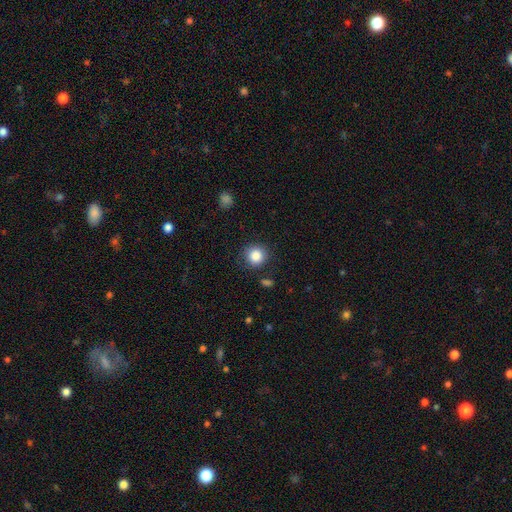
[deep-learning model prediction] Morphology: type=smooth (86%); roundness=round (91%); merging=none (84%).